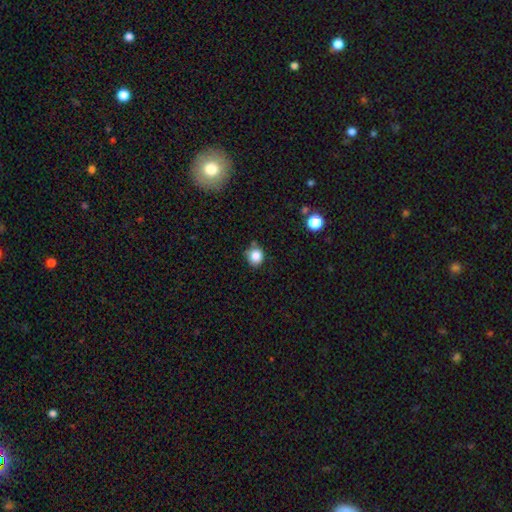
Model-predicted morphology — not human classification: Smooth or featured: smooth — 84% (star or artifact — 11%)
How rounded: round — 84% (in between — 15%)
Merging: none — 72% (minor disturbance — 19%)